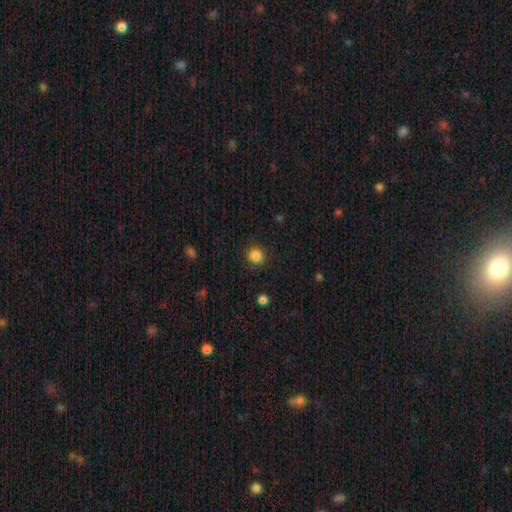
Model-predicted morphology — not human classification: type=smooth (85%); roundness=round (85%); merging=none (89%).